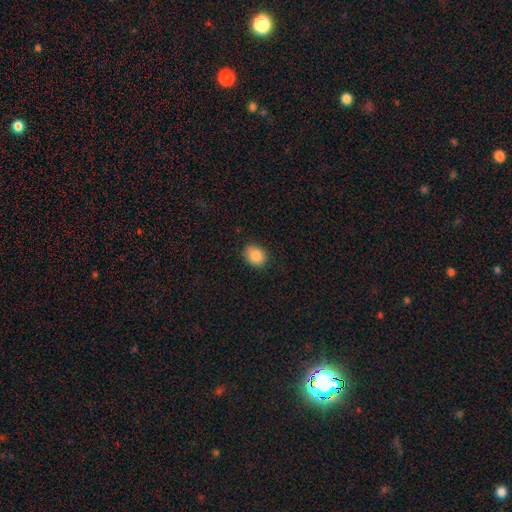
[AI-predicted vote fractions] The model was most divided on "how rounded": round: 54%, in between: 45%, cigar-shaped: 1%. More confident: smooth or featured — smooth (87%); merging — none (87%).